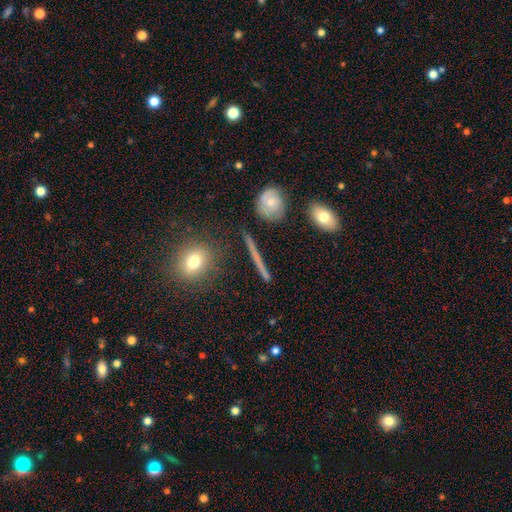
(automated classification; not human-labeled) Q: Smooth or featured?
A: featured or disk (48%); runner-up: smooth (37%)
Q: Merging?
A: none (86%); runner-up: minor disturbance (9%)